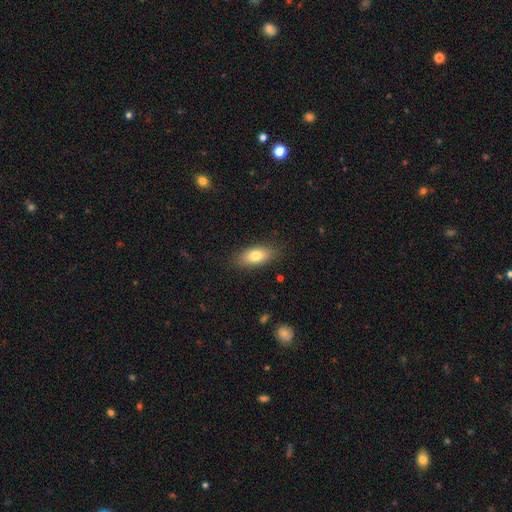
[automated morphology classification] Smooth or featured? smooth (77%)
How rounded? in between (85%)
Merging? none (83%)